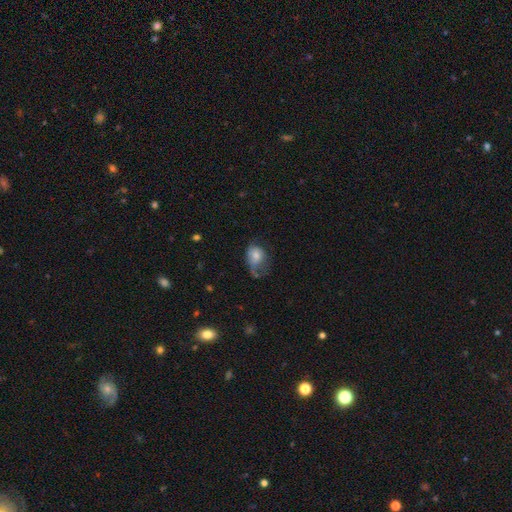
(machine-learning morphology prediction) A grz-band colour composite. It shows a smooth galaxy with no disk features (66%) that is in between round and cigar-shaped (64%). Merging: major disturbance (37%).